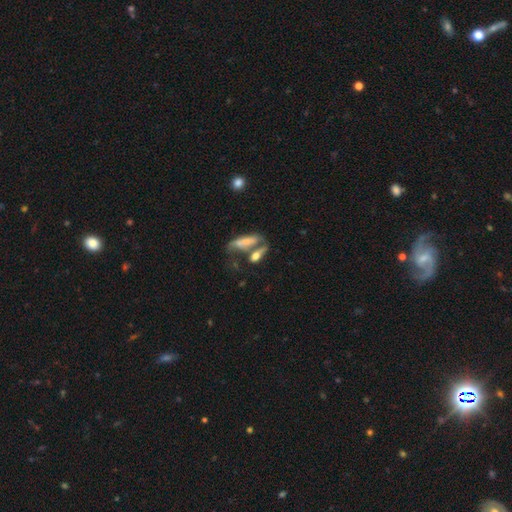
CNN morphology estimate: A smooth galaxy with no disk features (58%) that is in between round and cigar-shaped (56%).

Vote fractions:
- Smooth or featured? smooth: 58% / featured or disk: 31% / star or artifact: 11%
- How rounded? in between: 56% / cigar-shaped: 35% / round: 8%
- Merging? merger: 44% / none: 32% / minor disturbance: 13% / major disturbance: 12%